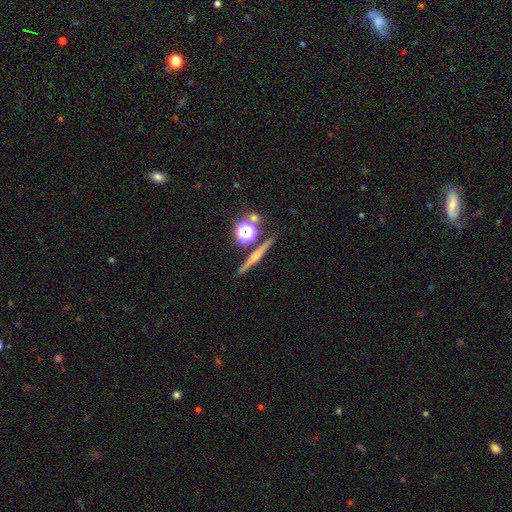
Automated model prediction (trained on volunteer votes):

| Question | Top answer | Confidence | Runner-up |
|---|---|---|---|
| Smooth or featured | featured or disk | 64% | smooth (18%) |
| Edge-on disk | yes | 95% | no (5%) |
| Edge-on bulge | rounded | 85% | none (9%) |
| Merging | none | 86% | minor disturbance (7%) |